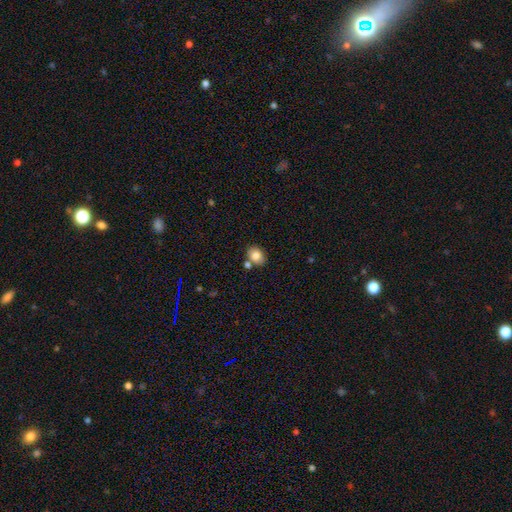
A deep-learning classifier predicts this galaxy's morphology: A smooth galaxy with no disk features (82%) that is in between round and cigar-shaped (54%).

Vote fractions:
- Smooth or featured? smooth: 82% / star or artifact: 9% / featured or disk: 9%
- How rounded? in between: 54% / round: 45% / cigar-shaped: 1%
- Merging? none: 69% / merger: 15% / minor disturbance: 13% / major disturbance: 3%